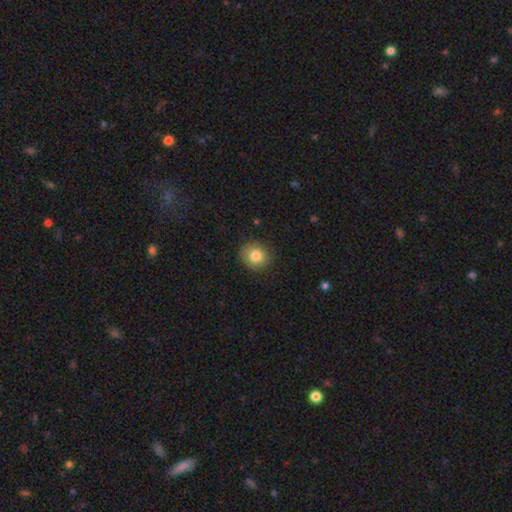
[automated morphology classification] This appears to be a smooth galaxy with no disk features (82%) that is round (86%). Merging: none (87%).